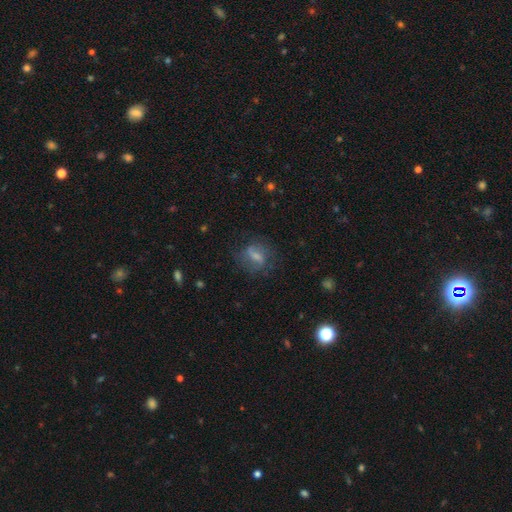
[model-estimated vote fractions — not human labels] smooth_or_featured: smooth (p=0.50) [alt: featured or disk p=0.41]
merging: none (p=0.65) [alt: minor disturbance p=0.20]